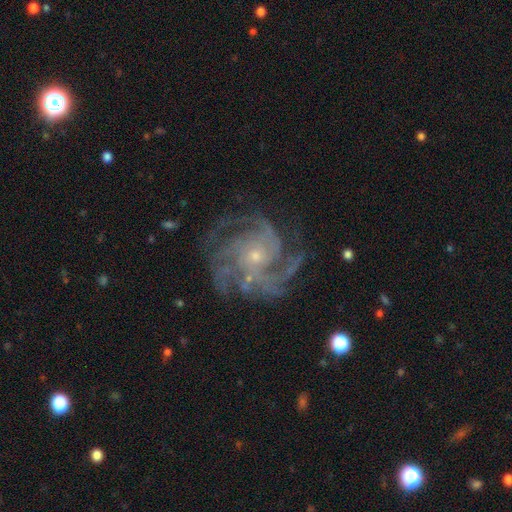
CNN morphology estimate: featured or disk 91%, star or artifact 6%, smooth 4%. Down the decision tree: edge-on disk — no (98%); bar — no (76%); spiral arms — yes (98%); spiral arm count — 4 (35%); spiral winding — tight (53%); bulge size — small (73%); merging — none (69%).